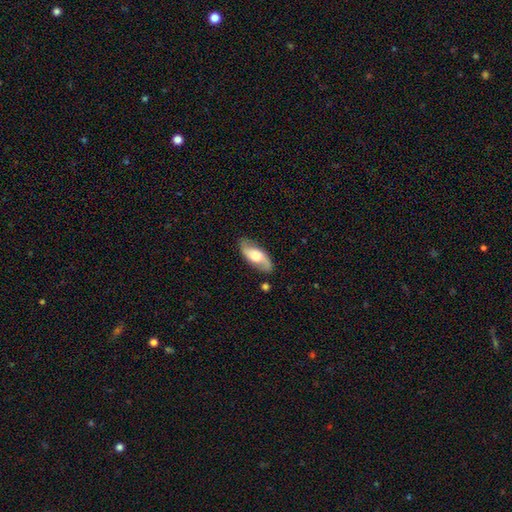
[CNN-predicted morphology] Smooth or featured?
  - featured or disk: 66% *
  - smooth: 28%
  - star or artifact: 6%
Edge-on disk?
  - no: 88% *
  - yes: 12%
Bar?
  - no: 57% *
  - weak: 33%
  - strong: 10%
Spiral arms?
  - yes: 91% *
  - no: 9%
Spiral winding?
  - loose: 53% *
  - medium: 35%
  - tight: 12%
Spiral arm count?
  - 2: 91% *
  - can't tell: 4%
  - 1: 2%
  - 3: 1%
  - 4: 1%
  - more than 4: 1%
Bulge size?
  - moderate: 43% *
  - large: 34%
  - small: 13%
  - none: 5%
  - dominant: 4%
Merging?
  - none: 81% *
  - minor disturbance: 13%
  - major disturbance: 4%
  - merger: 2%